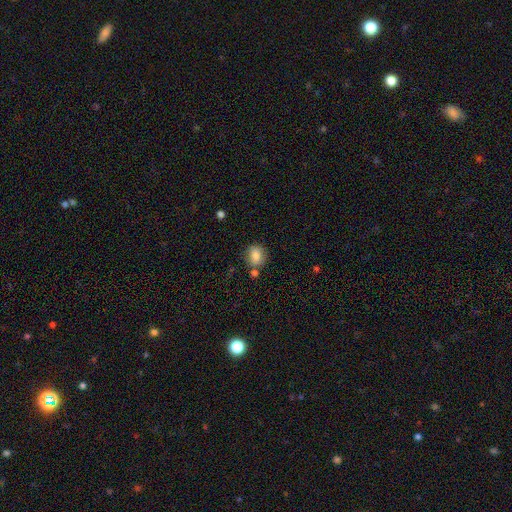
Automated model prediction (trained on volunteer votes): Q: Smooth or featured?
A: smooth (83%); runner-up: star or artifact (9%)
Q: How rounded?
A: round (59%); runner-up: in between (40%)
Q: Merging?
A: none (71%); runner-up: minor disturbance (13%)